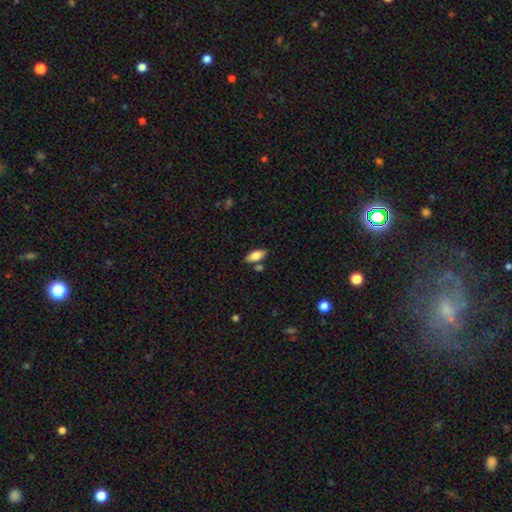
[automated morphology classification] A smooth galaxy with no disk features (76%) that is in between round and cigar-shaped (84%). Merging: none (77%).